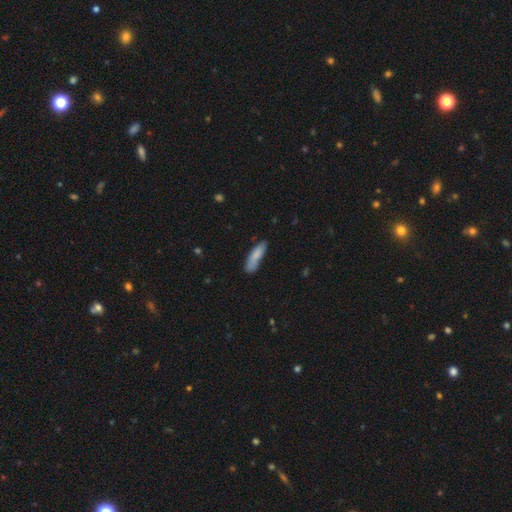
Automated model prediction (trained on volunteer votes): Smooth or featured: smooth — 80% (featured or disk — 13%)
How rounded: cigar-shaped — 64% (in between — 34%)
Merging: none — 64% (minor disturbance — 25%)